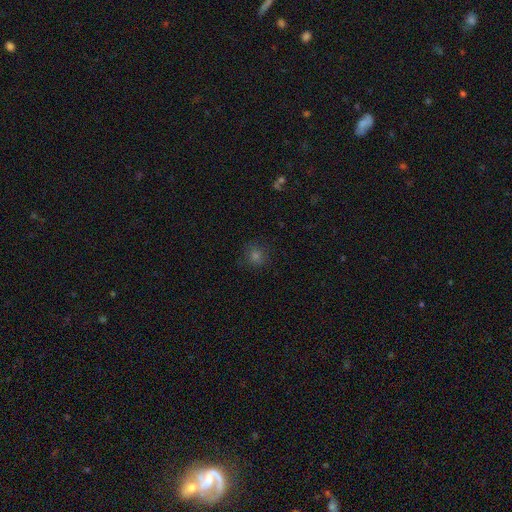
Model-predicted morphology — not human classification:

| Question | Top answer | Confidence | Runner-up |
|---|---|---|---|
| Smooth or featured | smooth | 63% | star or artifact (28%) |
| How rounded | round | 92% | in between (7%) |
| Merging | none | 86% | minor disturbance (9%) |